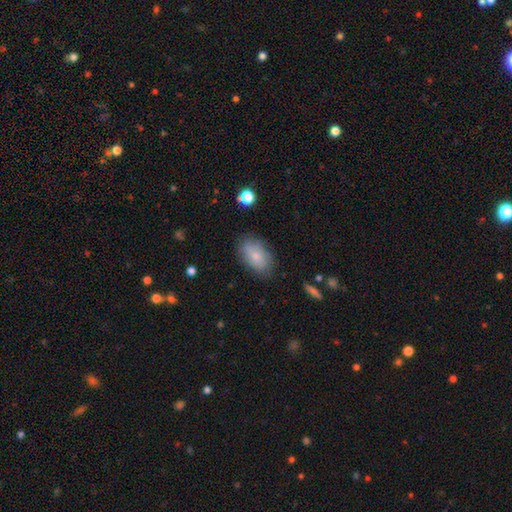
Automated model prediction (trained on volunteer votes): Smooth or featured? smooth (78%)
How rounded? in between (90%)
Merging? none (78%)